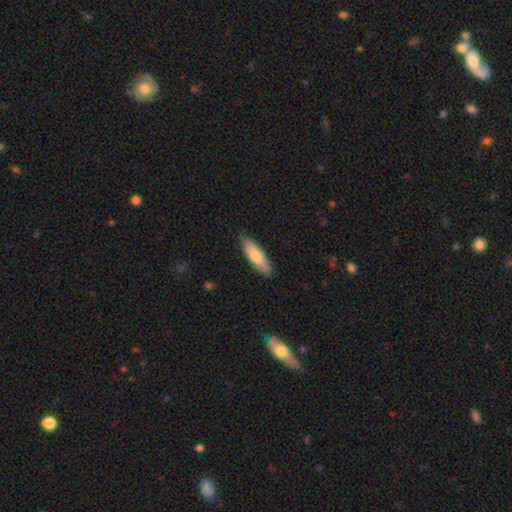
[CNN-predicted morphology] type=smooth (74%); roundness=cigar-shaped (58%); merging=none (86%).